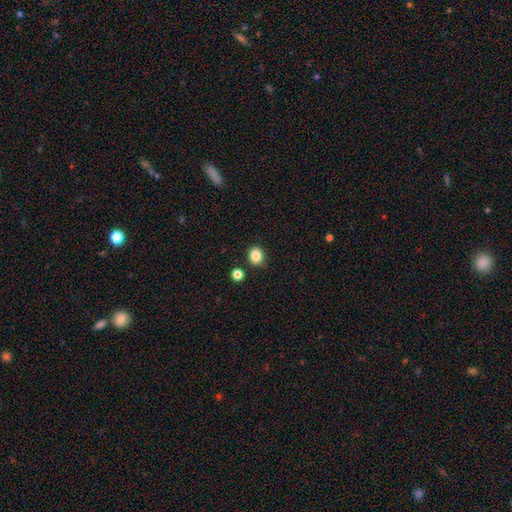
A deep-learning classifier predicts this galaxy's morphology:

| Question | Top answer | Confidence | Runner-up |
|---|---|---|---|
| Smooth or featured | smooth | 85% | star or artifact (10%) |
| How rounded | round | 71% | in between (29%) |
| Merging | none | 87% | minor disturbance (8%) |